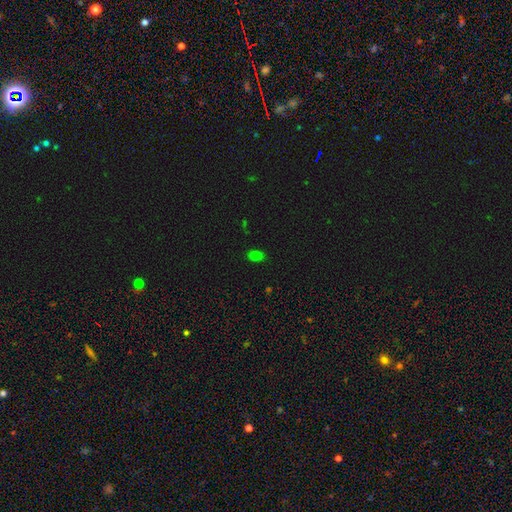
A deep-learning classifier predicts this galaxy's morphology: Smooth or featured? smooth (75%)
How rounded? in between (87%)
Merging? none (84%)